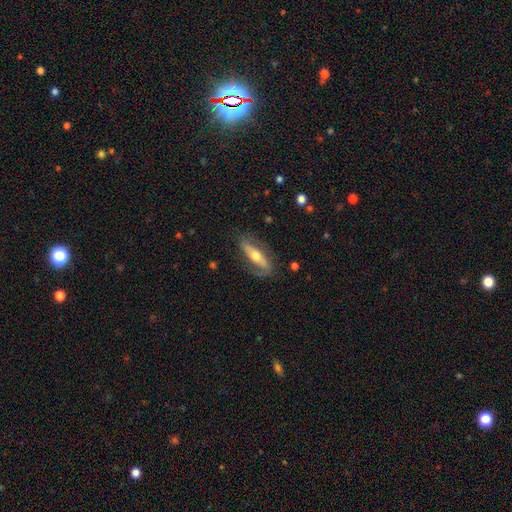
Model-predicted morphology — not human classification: smooth_or_featured: featured or disk (p=0.66) [alt: smooth p=0.29]
disk_edge_on: no (p=0.67) [alt: yes p=0.33]
merging: none (p=0.74) [alt: minor disturbance p=0.17]